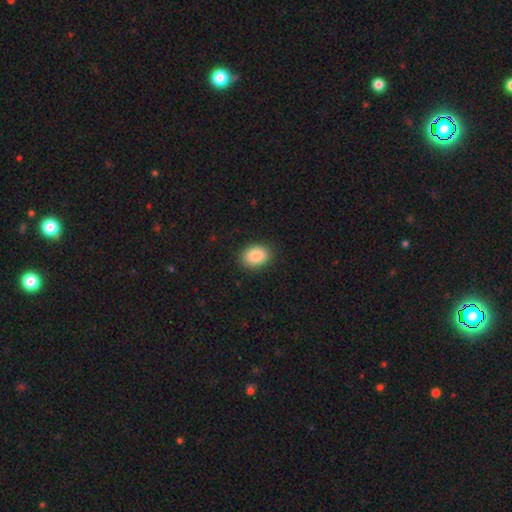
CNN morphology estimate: This is clearly a smooth galaxy (88%). How rounded: likely in between (66%). Merging: clearly none (88%).